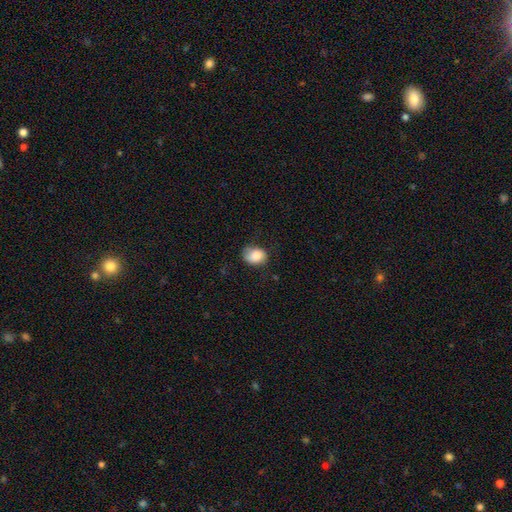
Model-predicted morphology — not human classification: smooth_or_featured: smooth (p=0.84) [alt: featured or disk p=0.08]
how_rounded: in between (p=0.52) [alt: round p=0.47]
merging: none (p=0.64) [alt: minor disturbance p=0.27]